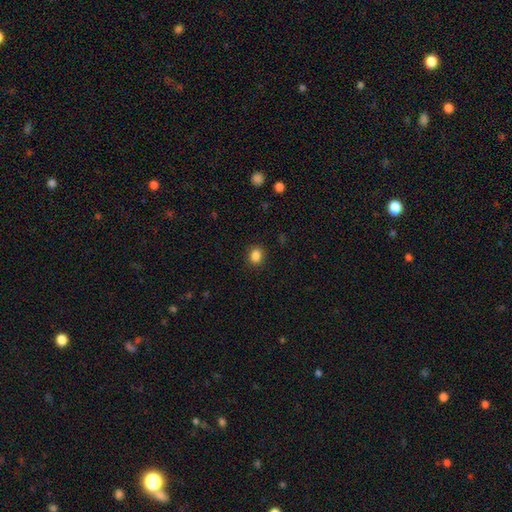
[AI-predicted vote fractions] Q: Smooth or featured?
A: smooth (86%); runner-up: star or artifact (11%)
Q: How rounded?
A: round (56%); runner-up: in between (43%)
Q: Merging?
A: none (89%); runner-up: minor disturbance (8%)